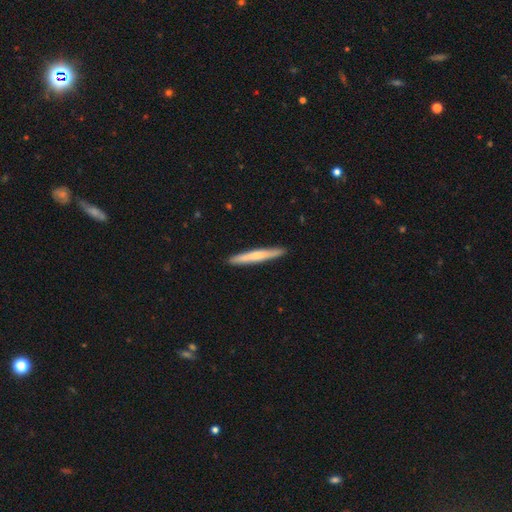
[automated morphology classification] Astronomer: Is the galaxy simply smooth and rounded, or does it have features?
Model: smooth — 57% (runner-up: featured or disk, 38%).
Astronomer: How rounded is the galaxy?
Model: cigar-shaped — 96%.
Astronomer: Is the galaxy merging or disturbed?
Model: none — 92%.